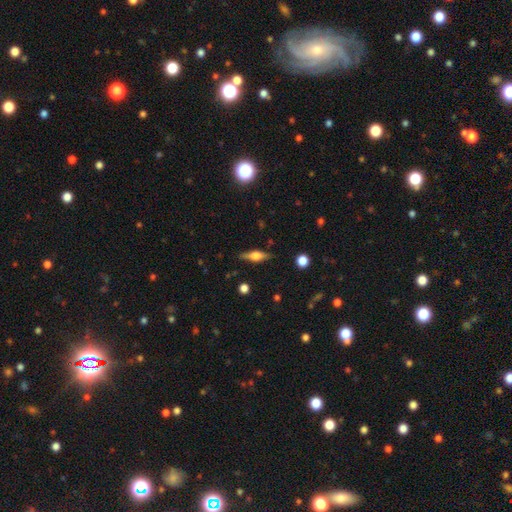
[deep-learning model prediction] This is possibly a featured or disk galaxy (56%). It is clearly viewed edge-on (95%). Edge-on bulge: clearly rounded (85%). Merging: clearly none (85%).